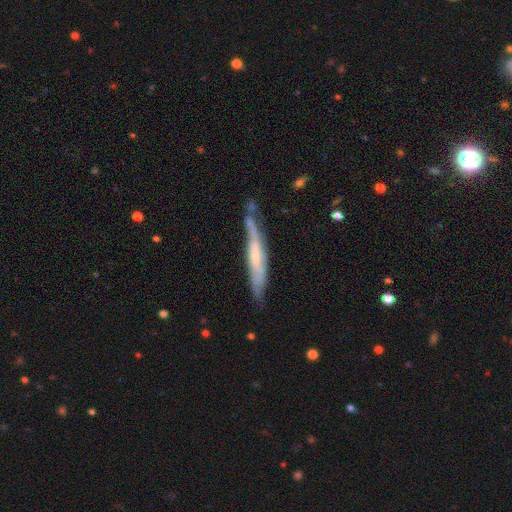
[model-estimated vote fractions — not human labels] Smooth or featured: featured or disk — 61% (smooth — 33%)
Edge-on disk: yes — 72% (no — 28%)
Merging: none — 55% (minor disturbance — 30%)